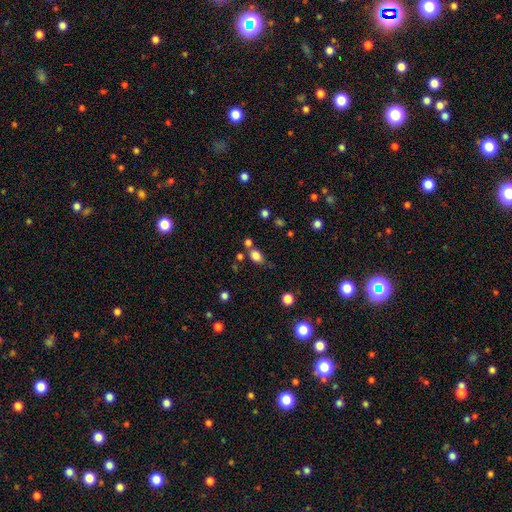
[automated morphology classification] type=smooth (82%); roundness=in between (72%); merging=none (60%).